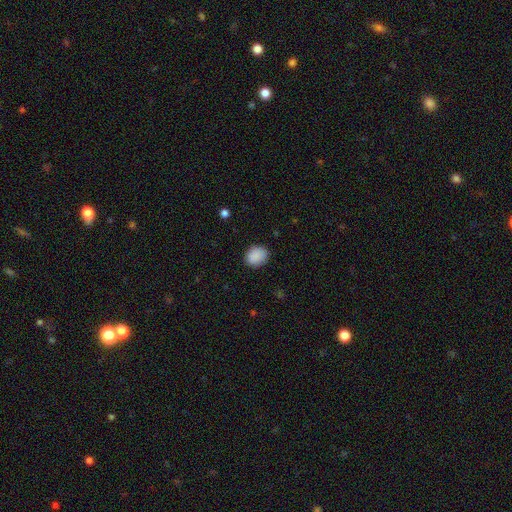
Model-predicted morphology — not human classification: Smooth or featured? Predicted: smooth (p=0.89). How rounded? Predicted: round (p=0.55). Merging? Predicted: none (p=0.86).